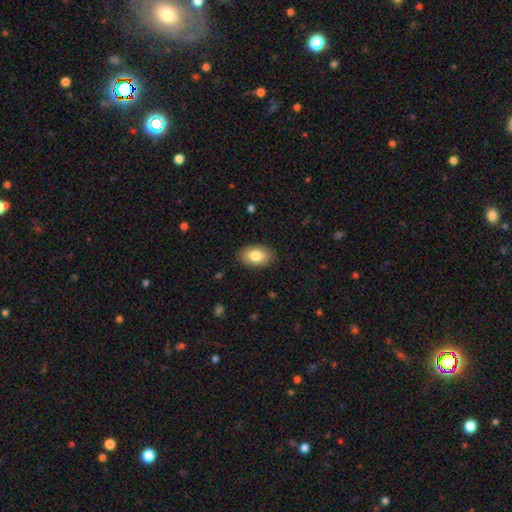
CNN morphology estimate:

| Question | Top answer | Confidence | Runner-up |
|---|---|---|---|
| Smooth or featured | smooth | 83% | featured or disk (10%) |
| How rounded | in between | 92% | round (7%) |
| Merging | none | 87% | minor disturbance (9%) |